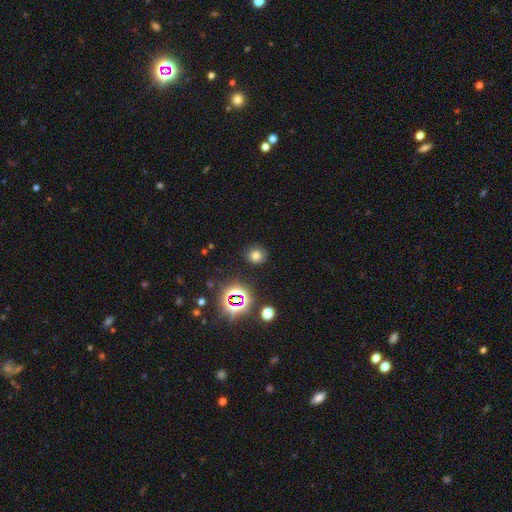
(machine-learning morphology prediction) A smooth galaxy with no disk features (70%) that is round (83%).

Vote fractions:
- Smooth or featured? smooth: 70% / star or artifact: 22% / featured or disk: 8%
- How rounded? round: 83% / in between: 16% / cigar-shaped: 1%
- Merging? none: 86% / minor disturbance: 9% / major disturbance: 3% / merger: 2%